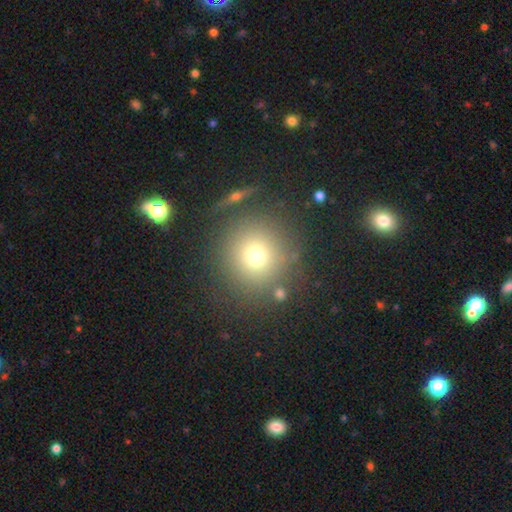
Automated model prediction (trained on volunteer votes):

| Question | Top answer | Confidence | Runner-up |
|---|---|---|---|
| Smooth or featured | smooth | 71% | star or artifact (17%) |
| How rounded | round | 94% | in between (5%) |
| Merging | none | 84% | minor disturbance (8%) |